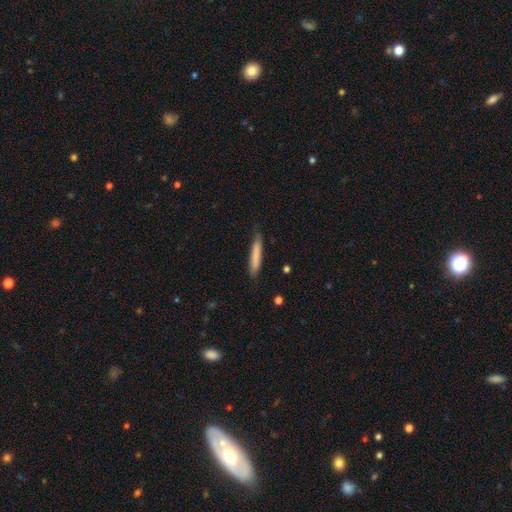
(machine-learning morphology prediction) Smooth or featured?
  - smooth: 79% *
  - featured or disk: 15%
  - star or artifact: 6%
How rounded?
  - cigar-shaped: 93% *
  - in between: 6%
  - round: 1%
Merging?
  - none: 80% *
  - minor disturbance: 16%
  - major disturbance: 3%
  - merger: 1%